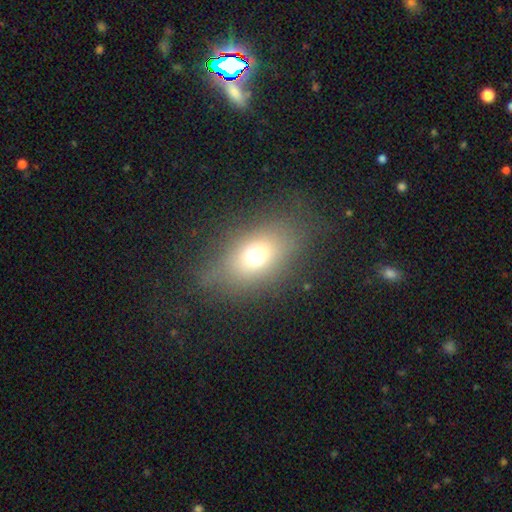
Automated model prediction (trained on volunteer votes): smooth-or-featured: smooth: 66% | star or artifact: 17% | featured or disk: 17%
  how-rounded: in between: 69% | round: 28% | cigar-shaped: 3%
  merging: none: 69% | minor disturbance: 16% | major disturbance: 13% | merger: 2%